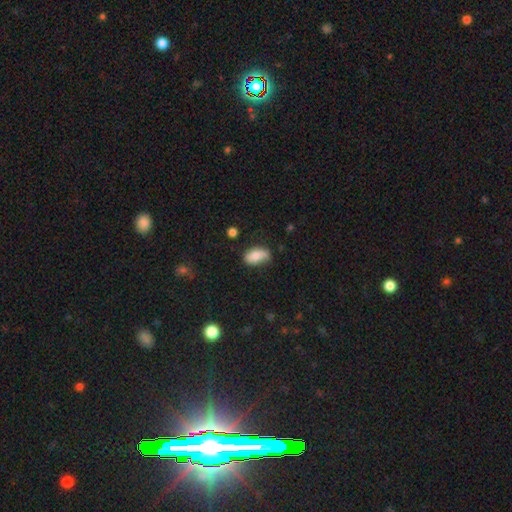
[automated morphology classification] smooth 78%, featured or disk 15%, star or artifact 8%. Down the decision tree: how rounded — in between (92%); merging — none (60%).